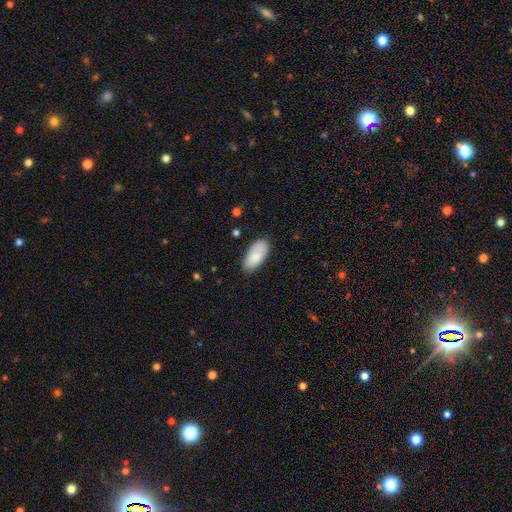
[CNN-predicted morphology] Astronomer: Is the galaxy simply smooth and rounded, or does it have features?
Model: smooth — 84%.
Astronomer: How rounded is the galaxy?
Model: in between — 93%.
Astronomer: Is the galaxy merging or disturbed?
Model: none — 78%.